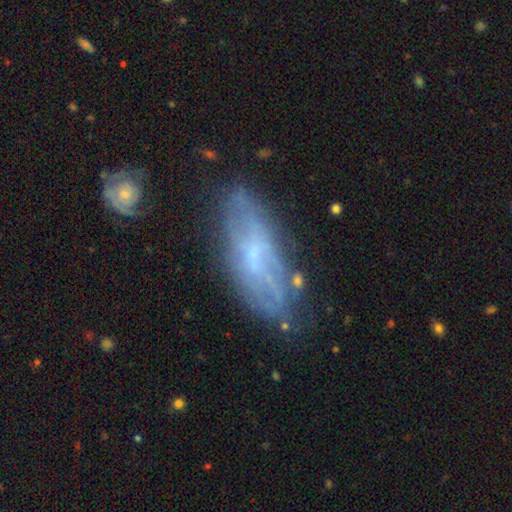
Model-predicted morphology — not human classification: This is possibly a featured or disk galaxy (57%). It is likely not viewed edge-on (76%). Merging: likely none (67%).